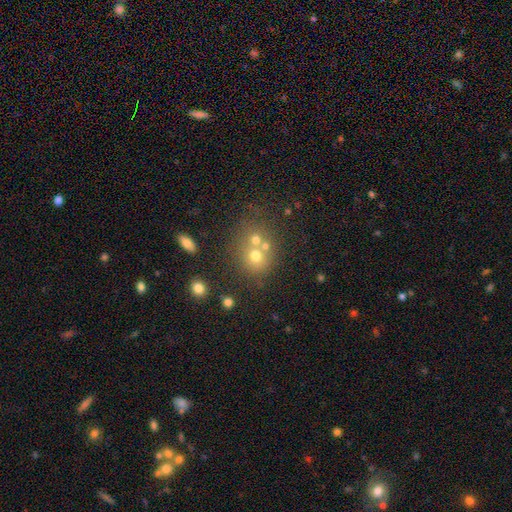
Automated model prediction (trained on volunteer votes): A smooth galaxy with no disk features (60%) that is round (77%). Merging: merger (44%).